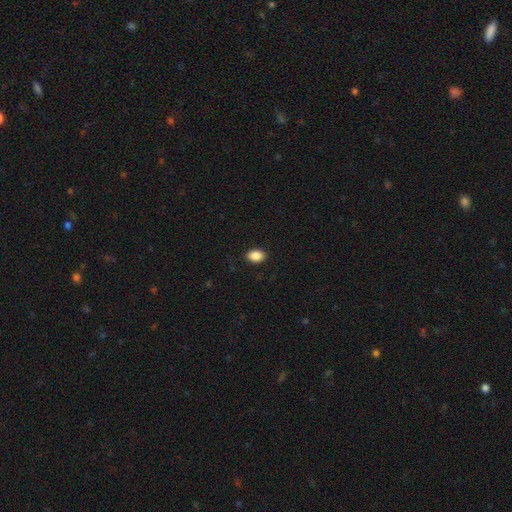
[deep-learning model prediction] This is clearly a smooth galaxy (88%). How rounded: clearly in between (82%). Merging: clearly none (89%).